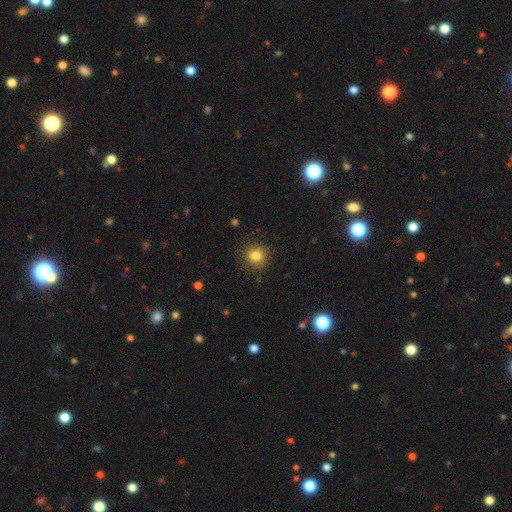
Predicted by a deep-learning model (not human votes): Smooth or featured?
  - smooth: 83% *
  - star or artifact: 11%
  - featured or disk: 6%
How rounded?
  - round: 86% *
  - in between: 13%
  - cigar-shaped: 1%
Merging?
  - none: 88% *
  - minor disturbance: 9%
  - major disturbance: 3%
  - merger: 1%